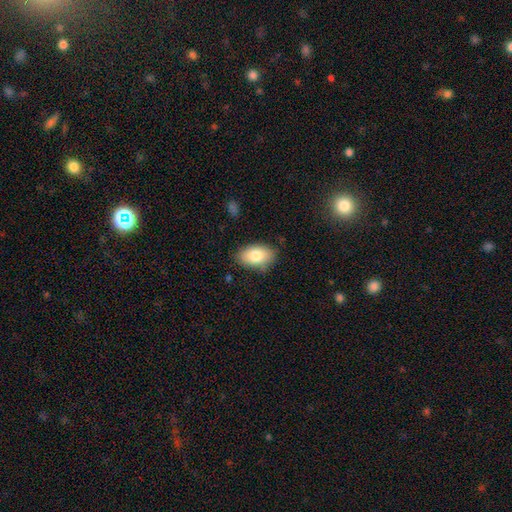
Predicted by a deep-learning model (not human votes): smooth_or_featured: smooth (p=0.81) [alt: featured or disk p=0.12]
how_rounded: in between (p=0.91) [alt: round p=0.08]
merging: none (p=0.81) [alt: minor disturbance p=0.14]